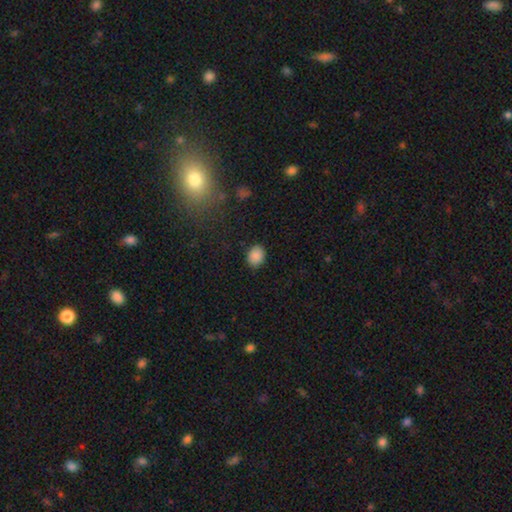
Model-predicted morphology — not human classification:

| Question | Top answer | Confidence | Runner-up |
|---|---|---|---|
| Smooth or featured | smooth | 87% | star or artifact (9%) |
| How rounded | in between | 51% | round (48%) |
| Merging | none | 86% | minor disturbance (10%) |